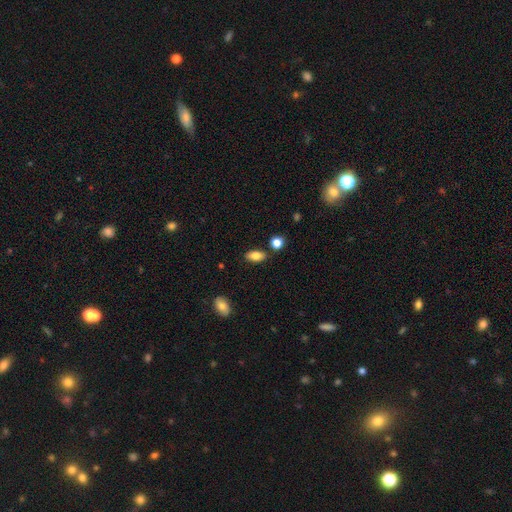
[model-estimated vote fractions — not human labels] Q: Smooth or featured?
A: smooth (82%); runner-up: featured or disk (10%)
Q: How rounded?
A: in between (89%); runner-up: cigar-shaped (6%)
Q: Merging?
A: none (83%); runner-up: minor disturbance (10%)